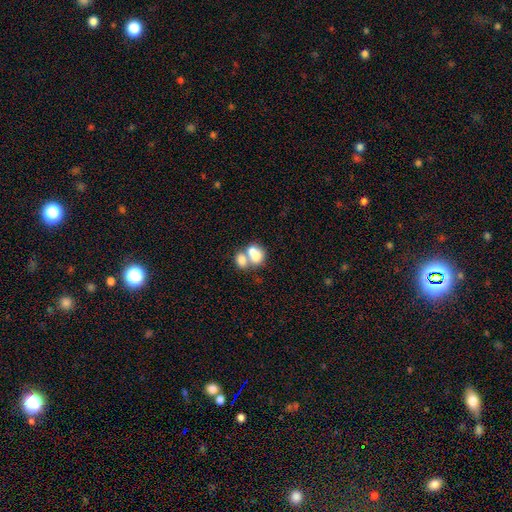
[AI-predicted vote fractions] Smooth or featured?
  - smooth: 70% *
  - featured or disk: 21%
  - star or artifact: 9%
How rounded?
  - in between: 69% *
  - round: 30%
  - cigar-shaped: 1%
Merging?
  - merger: 70% *
  - none: 19%
  - minor disturbance: 6%
  - major disturbance: 5%